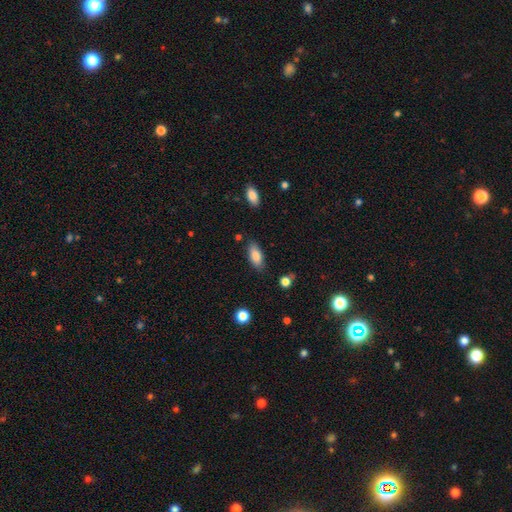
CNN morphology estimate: This is clearly a smooth galaxy (83%). How rounded: clearly in between (86%). Merging: clearly none (82%).